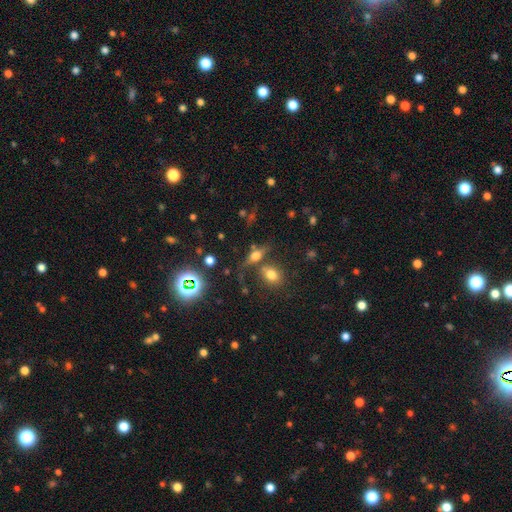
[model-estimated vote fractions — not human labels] A smooth galaxy with no disk features (52%) that is in between round and cigar-shaped (61%). Merging: none (57%).